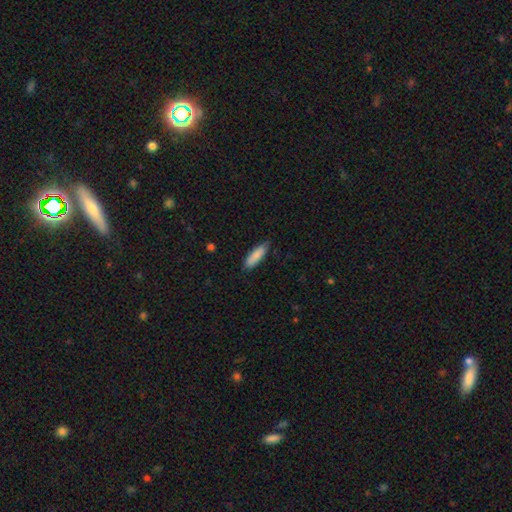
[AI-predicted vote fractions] smooth-or-featured: smooth: 87% | featured or disk: 7% | star or artifact: 6%
  how-rounded: cigar-shaped: 58% | in between: 40% | round: 1%
  merging: none: 82% | minor disturbance: 14% | major disturbance: 2% | merger: 1%